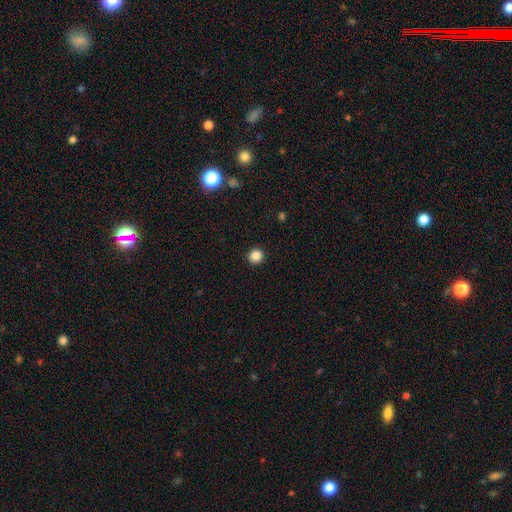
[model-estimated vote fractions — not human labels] A smooth galaxy with no disk features (86%) that is round (93%). Merging: none (93%).